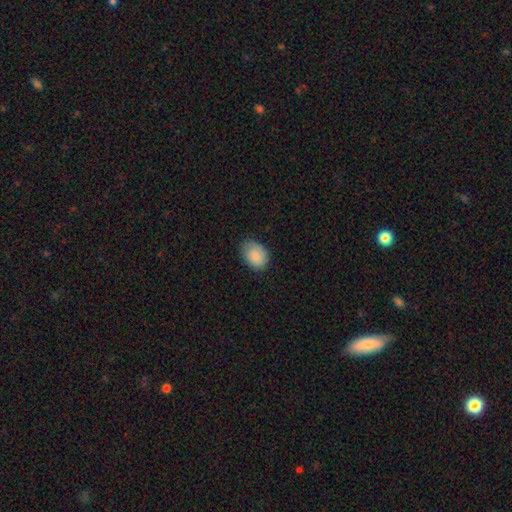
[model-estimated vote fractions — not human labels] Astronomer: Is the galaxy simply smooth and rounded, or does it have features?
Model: smooth — 87%.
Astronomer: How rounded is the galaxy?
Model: in between — 68%.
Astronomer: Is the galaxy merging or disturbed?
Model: none — 73%.